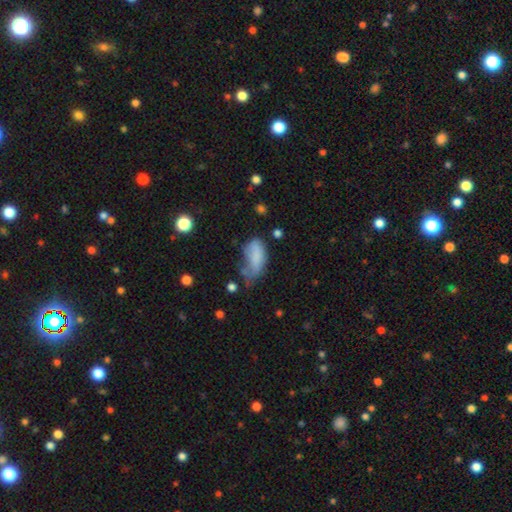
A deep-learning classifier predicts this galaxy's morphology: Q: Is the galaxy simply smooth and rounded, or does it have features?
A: smooth — 73%.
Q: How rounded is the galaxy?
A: in between — 88%.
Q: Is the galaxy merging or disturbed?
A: major disturbance — 36%.